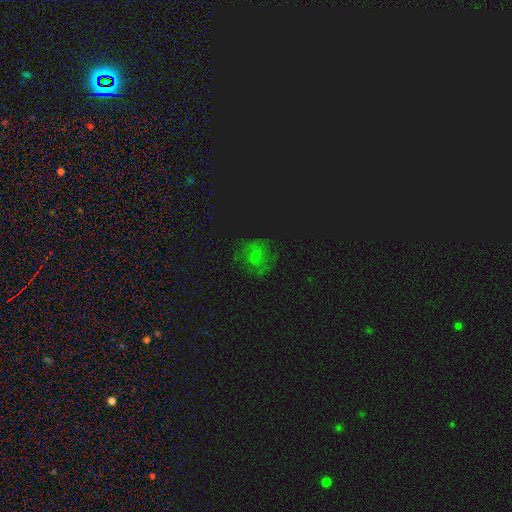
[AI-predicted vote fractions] Smooth or featured?
  - smooth: 44% *
  - star or artifact: 33%
  - featured or disk: 23%
Merging?
  - none: 66% *
  - minor disturbance: 20%
  - major disturbance: 12%
  - merger: 2%